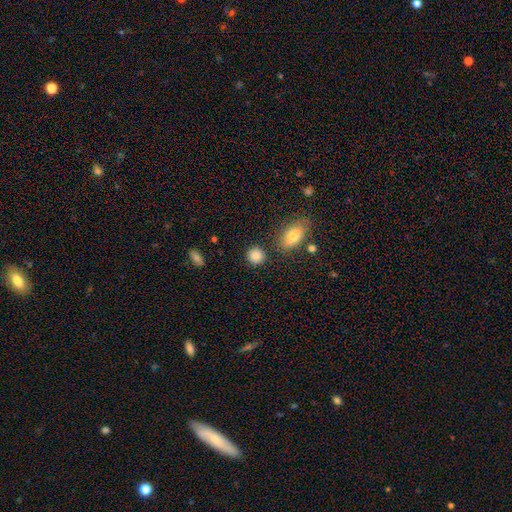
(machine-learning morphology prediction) This is clearly a smooth galaxy (86%). How rounded: clearly round (86%). Merging: clearly none (84%).